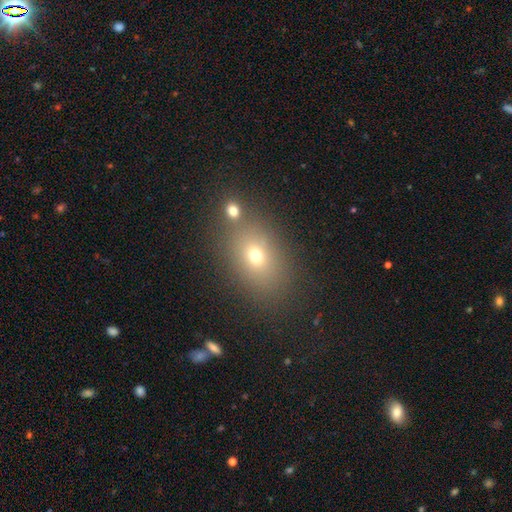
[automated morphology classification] A smooth galaxy with no disk features (67%) that is in between round and cigar-shaped (71%).

Vote fractions:
- Smooth or featured? smooth: 67% / star or artifact: 18% / featured or disk: 15%
- How rounded? in between: 71% / round: 27% / cigar-shaped: 2%
- Merging? none: 74% / minor disturbance: 11% / merger: 11% / major disturbance: 5%